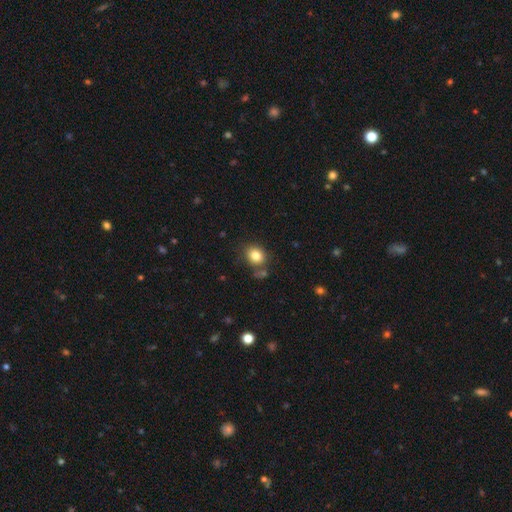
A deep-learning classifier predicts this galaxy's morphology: smooth 82%, star or artifact 10%, featured or disk 7%. Down the decision tree: how rounded — round (62%); merging — none (72%).